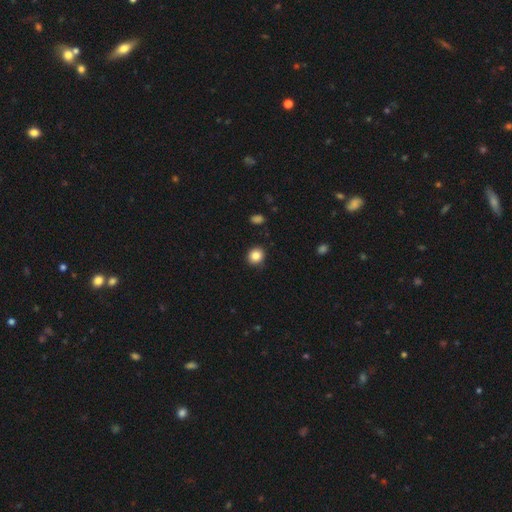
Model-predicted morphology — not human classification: This is clearly a smooth galaxy (85%). How rounded: clearly round (85%). Merging: clearly none (89%).